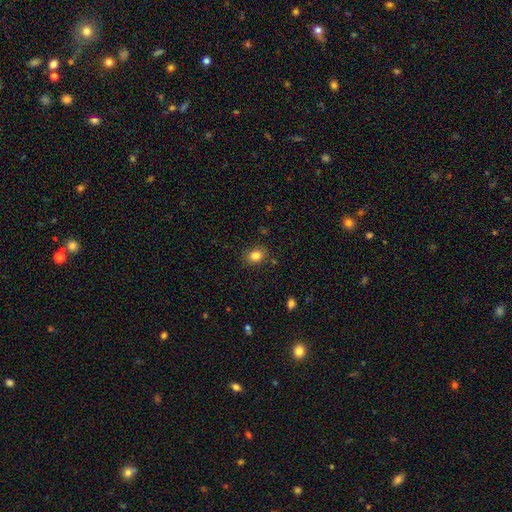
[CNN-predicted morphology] Q: Smooth or featured?
A: smooth (83%); runner-up: star or artifact (11%)
Q: How rounded?
A: in between (57%); runner-up: round (43%)
Q: Merging?
A: none (83%); runner-up: minor disturbance (12%)